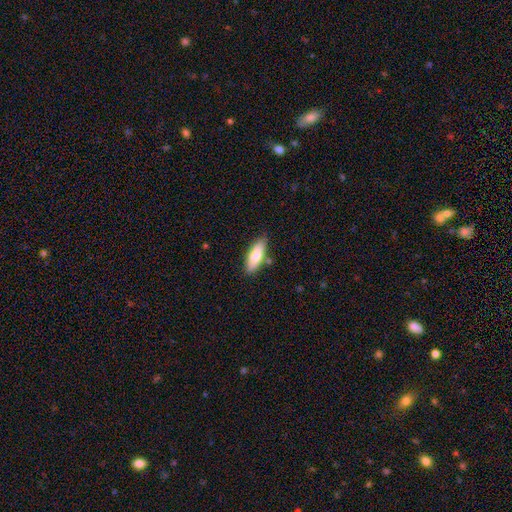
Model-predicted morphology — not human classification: Smooth or featured?
  - smooth: 74% *
  - featured or disk: 20%
  - star or artifact: 6%
How rounded?
  - in between: 64% *
  - cigar-shaped: 34%
  - round: 2%
Merging?
  - none: 80% *
  - minor disturbance: 13%
  - merger: 5%
  - major disturbance: 2%